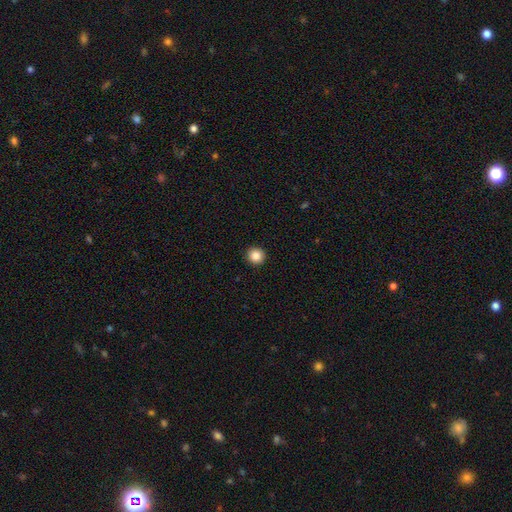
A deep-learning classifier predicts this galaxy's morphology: The model was most divided on "smooth or featured": smooth: 87%, star or artifact: 10%, featured or disk: 3%. More confident: how rounded — round (95%); merging — none (94%).